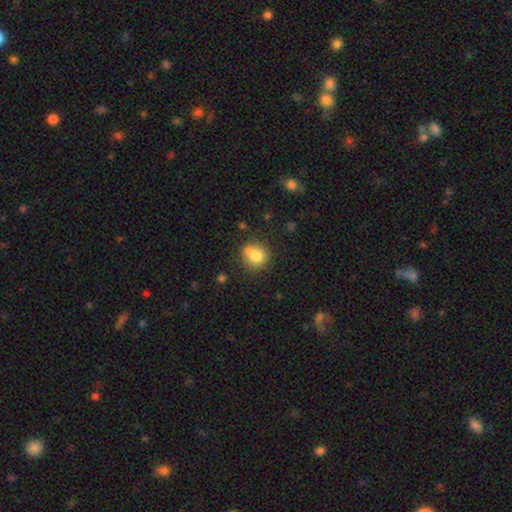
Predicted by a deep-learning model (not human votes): Overall: smooth (78%). How rounded: round (88%). Merging: none (64%).